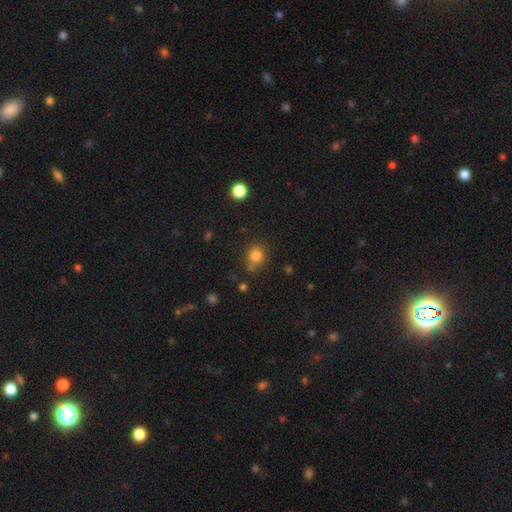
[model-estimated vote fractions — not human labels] A smooth galaxy with no disk features (81%) that is round (85%). Merging: none (75%).